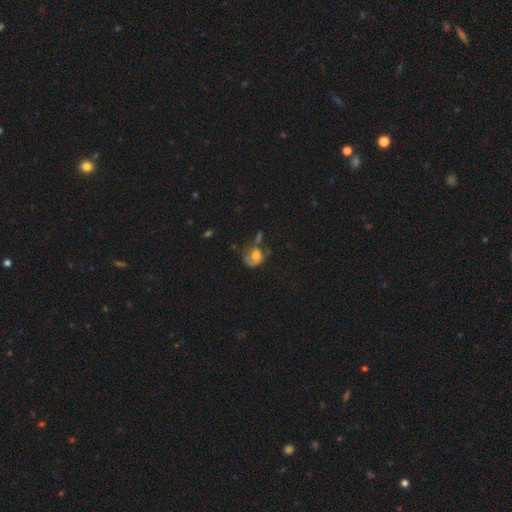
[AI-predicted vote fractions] Q: Smooth or featured?
A: smooth (52%); runner-up: featured or disk (39%)
Q: How rounded?
A: round (58%); runner-up: in between (41%)
Q: Merging?
A: none (33%); runner-up: major disturbance (31%)